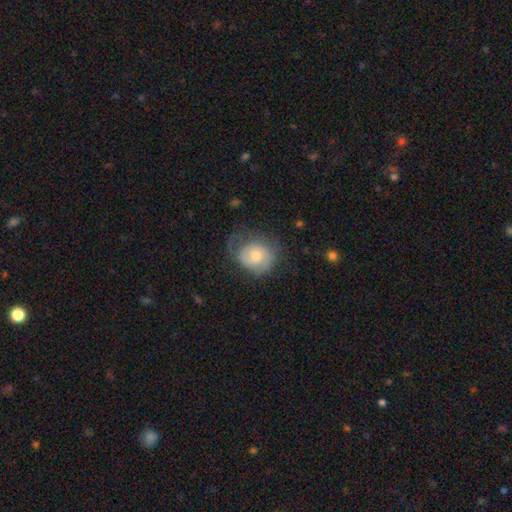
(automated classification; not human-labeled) Morphology: type=smooth (53%); roundness=round (63%); merging=none (47%).